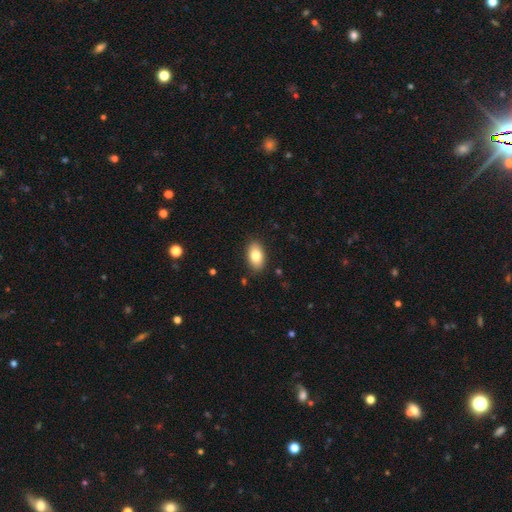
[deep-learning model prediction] smooth_or_featured: smooth (p=0.82) [alt: featured or disk p=0.11]
how_rounded: in between (p=0.92) [alt: round p=0.06]
merging: none (p=0.87) [alt: minor disturbance p=0.09]